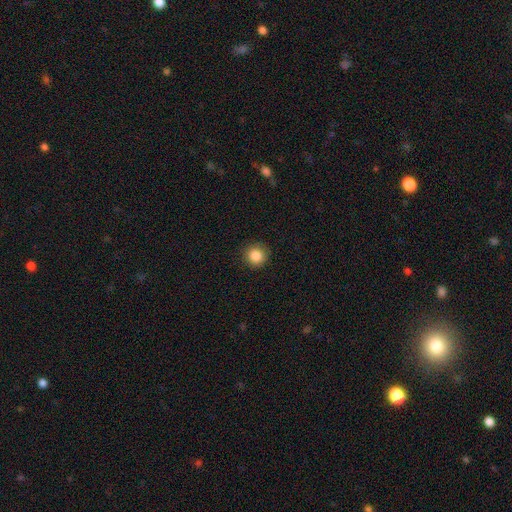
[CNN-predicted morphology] Smooth or featured? smooth (86%)
How rounded? round (93%)
Merging? none (87%)